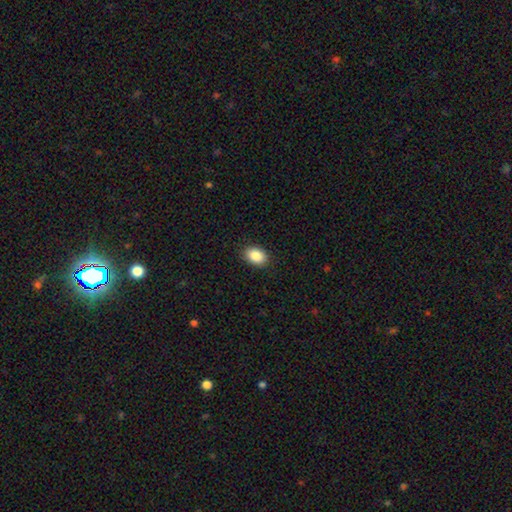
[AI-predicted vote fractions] Morphology: type=smooth (88%); roundness=in between (81%); merging=none (89%).